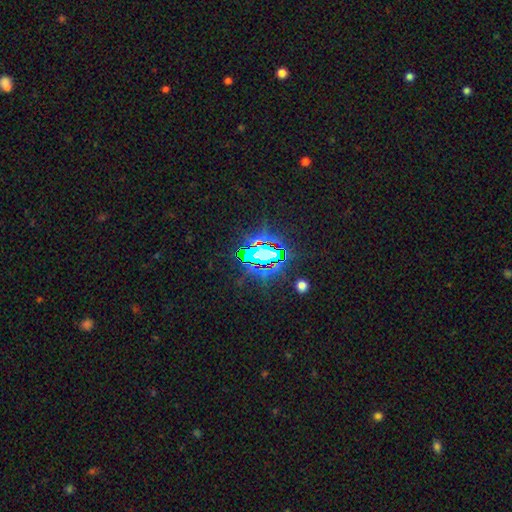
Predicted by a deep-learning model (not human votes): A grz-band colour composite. It shows a star or artifact, not a galaxy (78%).